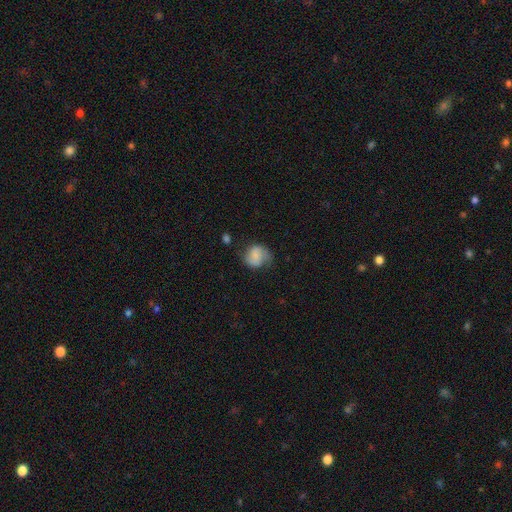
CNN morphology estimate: A smooth galaxy with no disk features (64%) that is round (69%).

Vote fractions:
- Smooth or featured? smooth: 64% / featured or disk: 27% / star or artifact: 9%
- How rounded? round: 69% / in between: 30% / cigar-shaped: 1%
- Merging? none: 53% / minor disturbance: 30% / major disturbance: 15% / merger: 3%